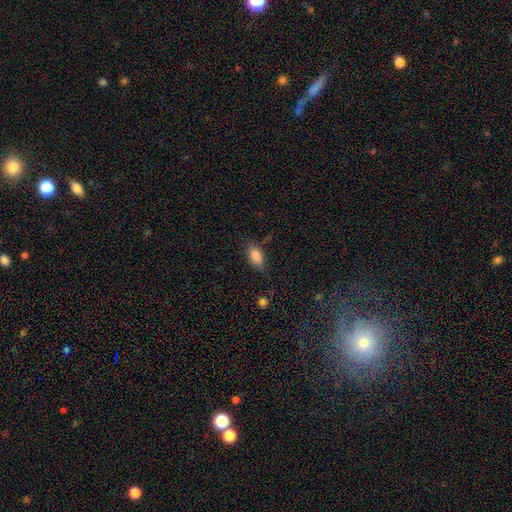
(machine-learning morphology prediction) Smooth or featured?
  - smooth: 83% *
  - featured or disk: 9%
  - star or artifact: 8%
How rounded?
  - in between: 88% *
  - cigar-shaped: 8%
  - round: 4%
Merging?
  - none: 73% *
  - minor disturbance: 20%
  - major disturbance: 5%
  - merger: 2%